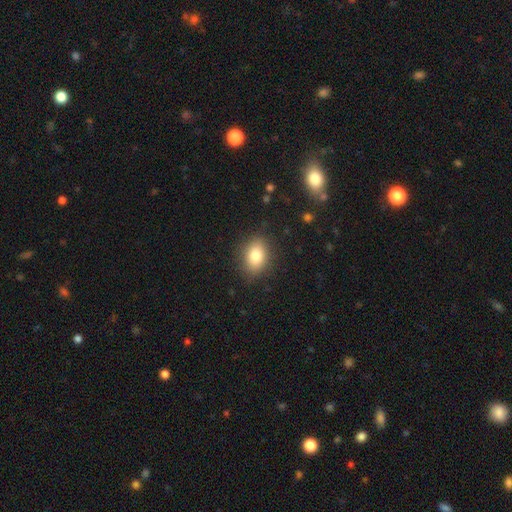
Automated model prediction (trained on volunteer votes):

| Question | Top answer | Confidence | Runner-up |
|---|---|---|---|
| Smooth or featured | smooth | 81% | featured or disk (10%) |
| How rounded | in between | 73% | round (25%) |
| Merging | none | 86% | minor disturbance (10%) |